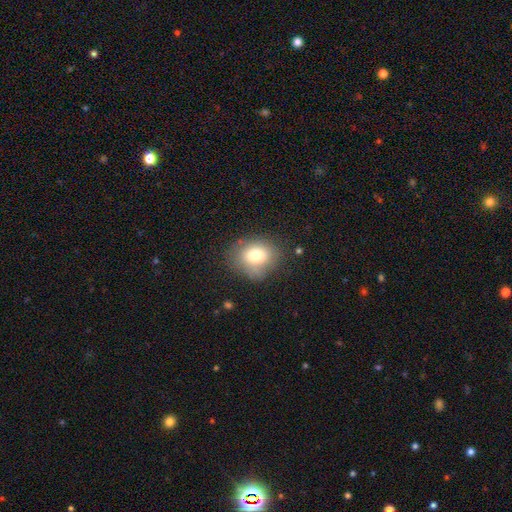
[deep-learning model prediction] Smooth or featured: smooth — 77% (featured or disk — 13%)
How rounded: round — 51% (in between — 48%)
Merging: none — 68% (minor disturbance — 21%)